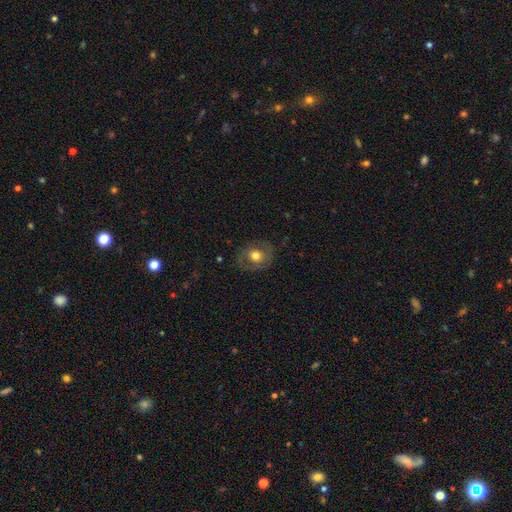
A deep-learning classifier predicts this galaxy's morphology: Overall: smooth (53%; featured or disk 39%). How rounded: round (63%; in between 36%). Merging: none (78%).